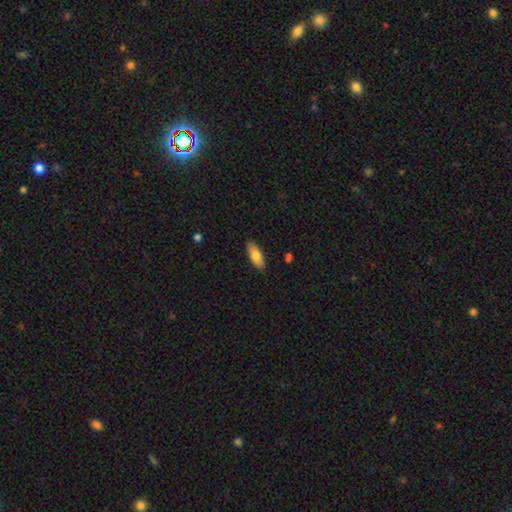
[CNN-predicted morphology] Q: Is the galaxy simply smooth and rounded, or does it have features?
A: smooth — 81%.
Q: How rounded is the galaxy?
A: in between — 72%.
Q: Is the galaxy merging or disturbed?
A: none — 87%.